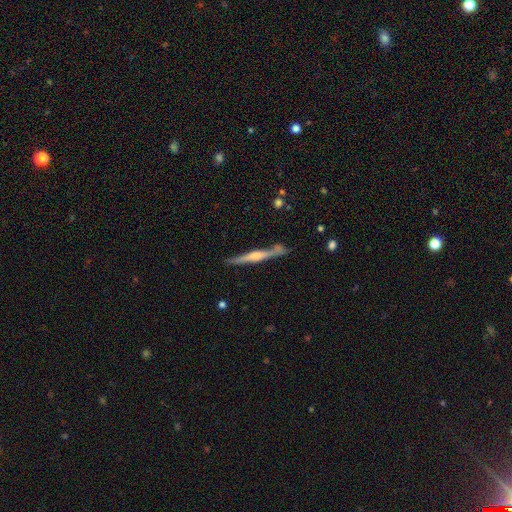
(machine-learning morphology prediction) This is likely a featured or disk galaxy (76%). It is clearly viewed edge-on (98%). Edge-on bulge: likely rounded (72%). Merging: clearly none (84%).